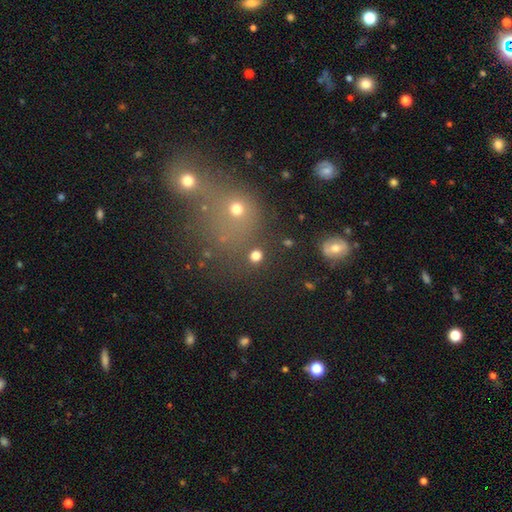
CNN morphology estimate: smooth 78%, star or artifact 17%, featured or disk 6%. Down the decision tree: how rounded — round (89%); merging — none (85%).